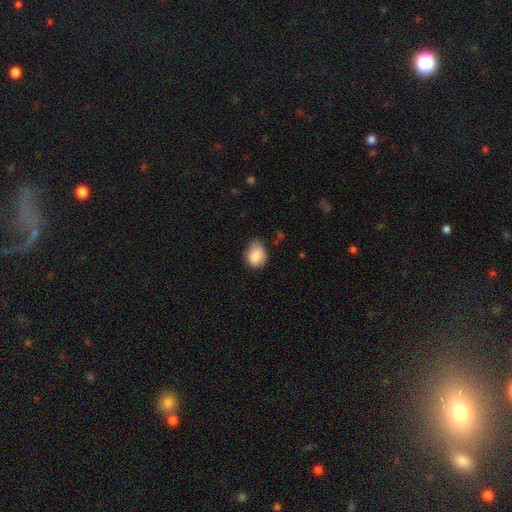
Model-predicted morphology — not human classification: Smooth or featured? Predicted: smooth (p=0.86). How rounded? Predicted: in between (p=0.62). Merging? Predicted: none (p=0.55).